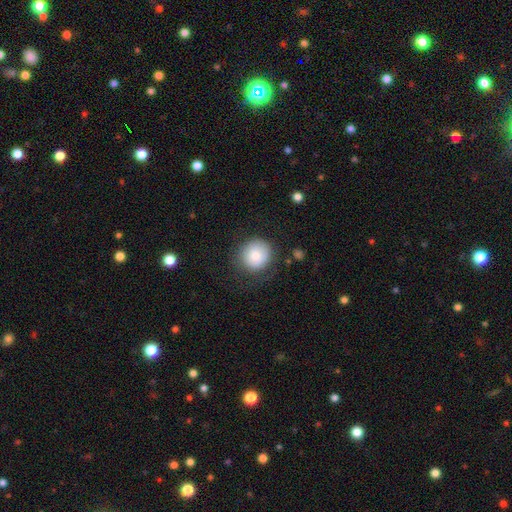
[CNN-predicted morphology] type=smooth (79%); roundness=round (89%); merging=none (71%).